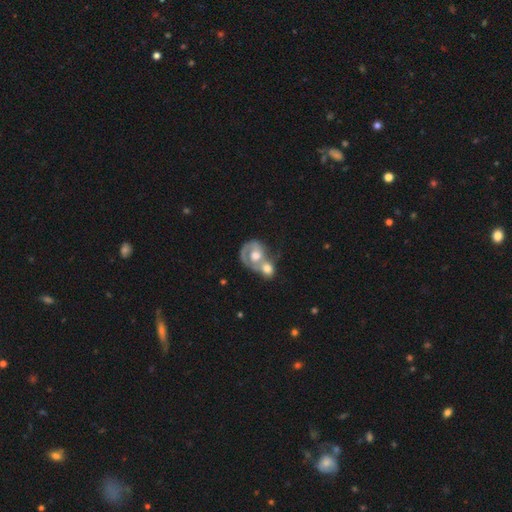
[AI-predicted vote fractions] Smooth or featured? featured or disk (65%)
Edge-on disk? no (97%)
Bar? no (75%)
Spiral arms? yes (63%)
Bulge size? moderate (63%)
Merging? merger (69%)